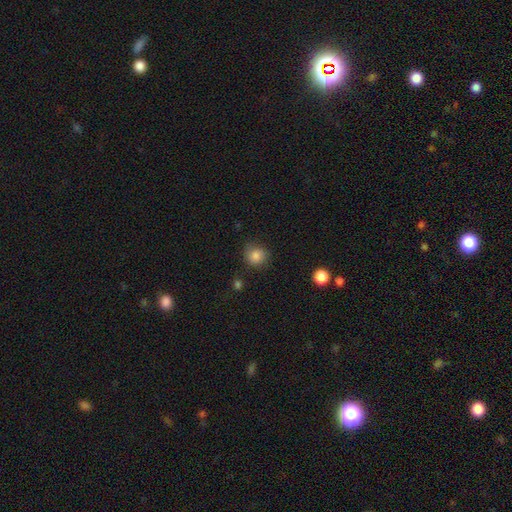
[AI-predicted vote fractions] Overall: smooth (84%). How rounded: round (83%). Merging: none (74%).